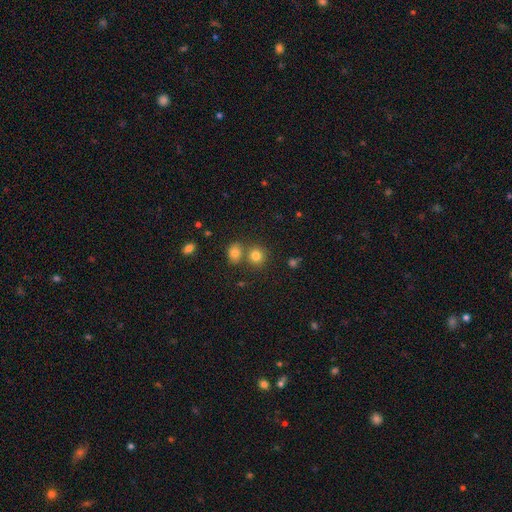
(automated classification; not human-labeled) Smooth or featured?
  - smooth: 79% *
  - star or artifact: 13%
  - featured or disk: 8%
How rounded?
  - round: 81% *
  - in between: 18%
  - cigar-shaped: 1%
Merging?
  - none: 61% *
  - merger: 29%
  - minor disturbance: 8%
  - major disturbance: 3%